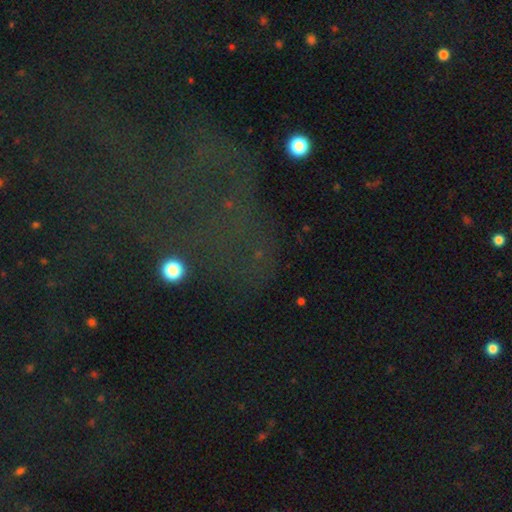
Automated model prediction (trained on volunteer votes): Smooth or featured? star or artifact (69%)